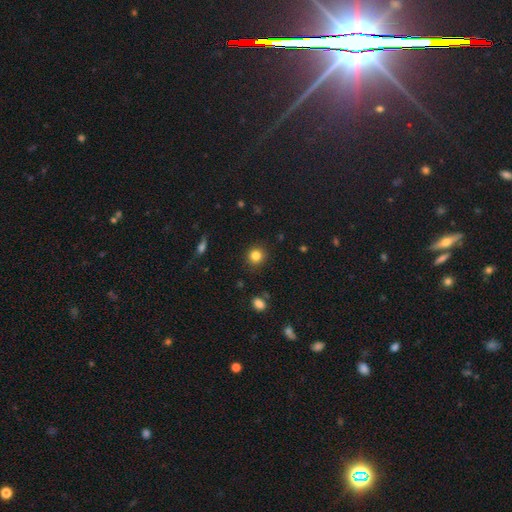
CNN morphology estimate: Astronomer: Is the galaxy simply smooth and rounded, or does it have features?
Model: smooth — 84%.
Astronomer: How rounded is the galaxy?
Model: round — 91%.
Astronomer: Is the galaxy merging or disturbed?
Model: none — 90%.